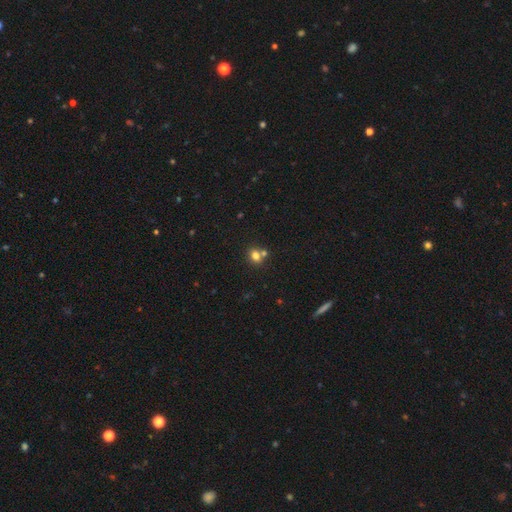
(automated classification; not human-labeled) Overall: smooth (76%). How rounded: round (62%; in between 37%). Merging: none (55%; merger 33%).